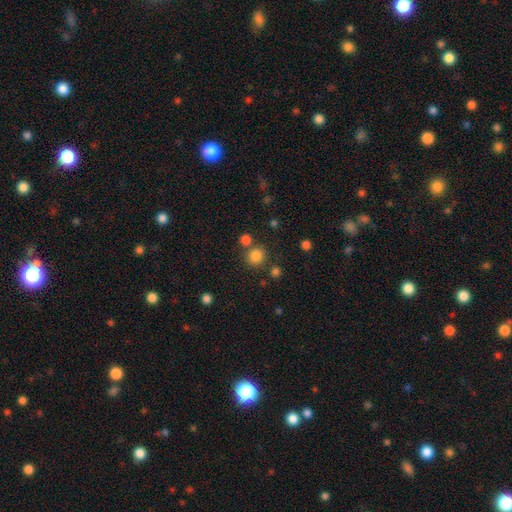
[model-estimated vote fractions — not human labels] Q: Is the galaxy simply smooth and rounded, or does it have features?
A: smooth — 82%.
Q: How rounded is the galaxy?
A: round — 89%.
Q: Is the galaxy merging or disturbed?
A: none — 75%.